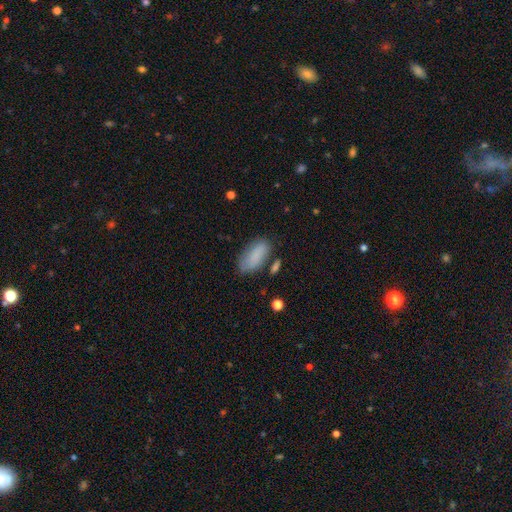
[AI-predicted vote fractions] Smooth or featured?
  - smooth: 84% *
  - featured or disk: 9%
  - star or artifact: 8%
How rounded?
  - in between: 88% *
  - cigar-shaped: 9%
  - round: 3%
Merging?
  - none: 66% *
  - minor disturbance: 21%
  - major disturbance: 6%
  - merger: 6%